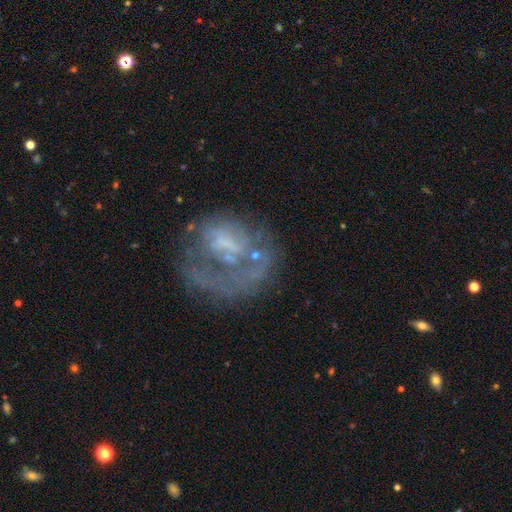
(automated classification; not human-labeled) smooth_or_featured: featured or disk (p=0.64) [alt: smooth p=0.22]
disk_edge_on: no (p=0.97) [alt: yes p=0.03]
bar: no (p=0.52) [alt: weak p=0.32]
has_spiral_arms: no (p=0.59) [alt: yes p=0.41]
bulge_size: none (p=0.50) [alt: moderate p=0.22]
merging: major disturbance (p=0.40) [alt: none p=0.35]